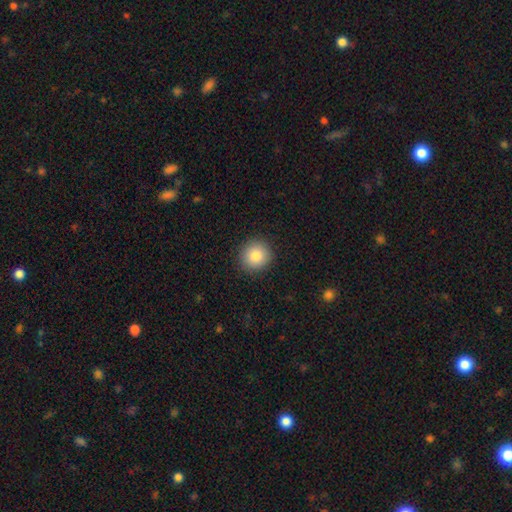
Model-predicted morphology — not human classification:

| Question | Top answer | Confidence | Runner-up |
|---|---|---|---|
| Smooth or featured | smooth | 85% | star or artifact (9%) |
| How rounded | round | 90% | in between (9%) |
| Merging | none | 91% | minor disturbance (6%) |